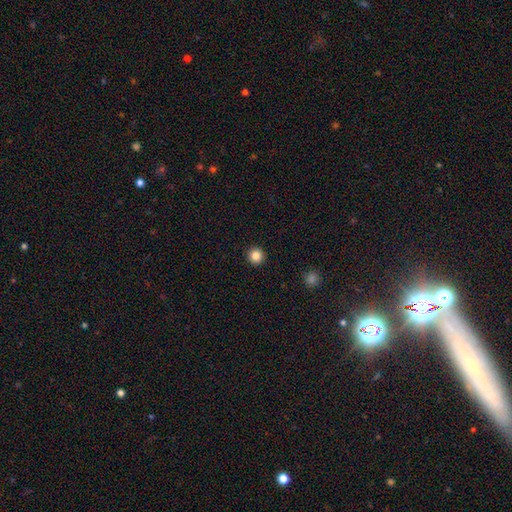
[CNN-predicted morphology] type=smooth (85%); roundness=round (95%); merging=none (94%).